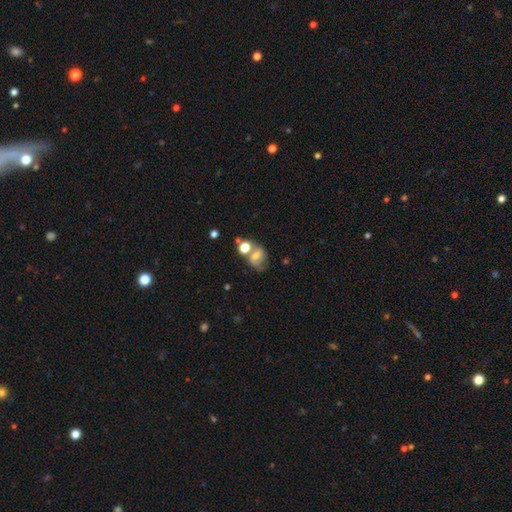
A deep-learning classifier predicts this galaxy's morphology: smooth-or-featured: smooth: 53% | featured or disk: 34% | star or artifact: 13%
  how-rounded: in between: 50% | round: 48% | cigar-shaped: 1%
  merging: none: 36% | merger: 33% | minor disturbance: 18% | major disturbance: 13%